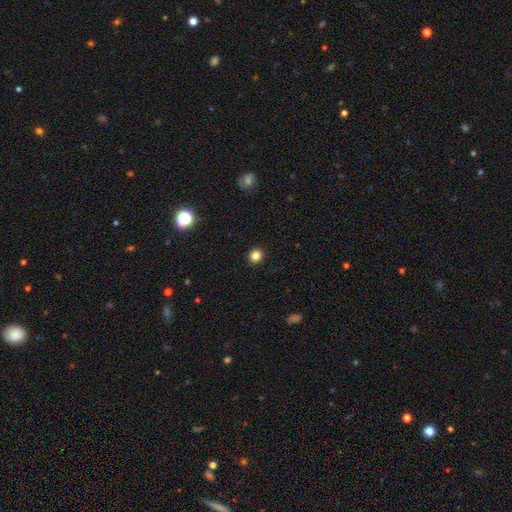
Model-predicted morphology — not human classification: smooth_or_featured: smooth (p=0.83) [alt: star or artifact p=0.13]
how_rounded: round (p=0.85) [alt: in between p=0.14]
merging: none (p=0.93) [alt: minor disturbance p=0.05]